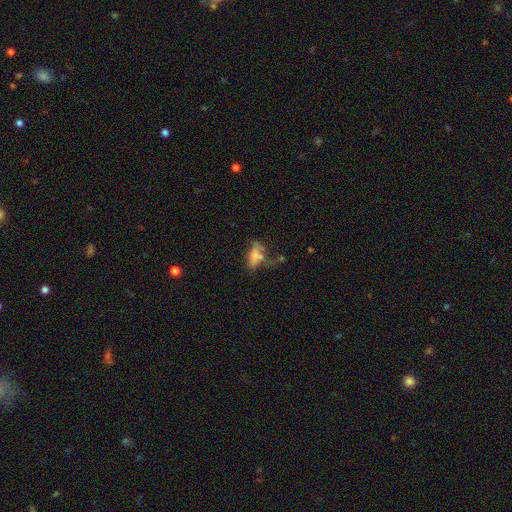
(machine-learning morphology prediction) This is possibly a smooth galaxy (57%). How rounded: likely in between (76%). Merging: marginally major disturbance (30%).